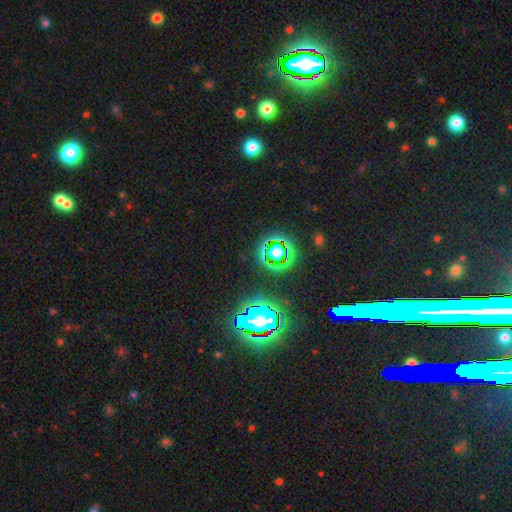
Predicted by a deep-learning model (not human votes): Smooth or featured? star or artifact (80%)